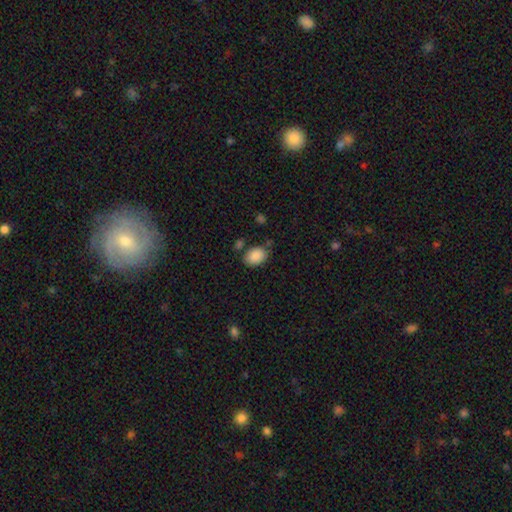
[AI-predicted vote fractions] This appears to be a smooth galaxy with no disk features (88%) that is in between round and cigar-shaped (76%). Merging: none (70%).